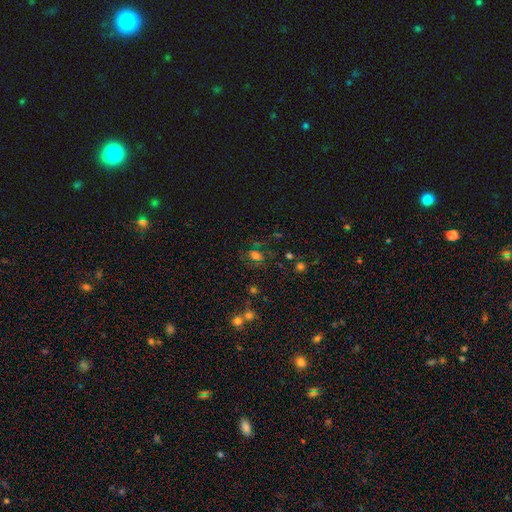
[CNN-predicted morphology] The model was most divided on "smooth or featured": smooth: 49%, star or artifact: 29%, featured or disk: 23%. More confident: merging — none (59%).